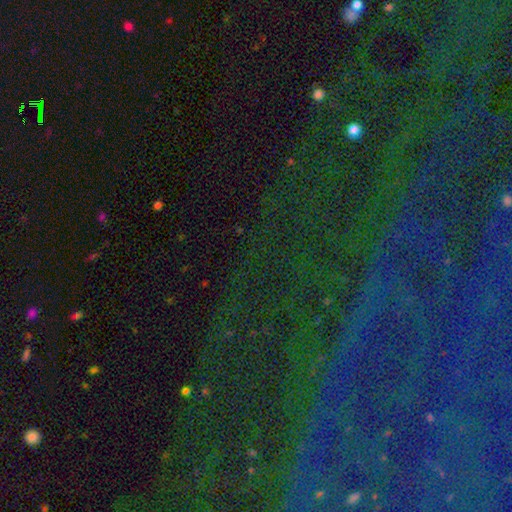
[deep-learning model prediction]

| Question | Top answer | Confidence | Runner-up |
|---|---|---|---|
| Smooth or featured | star or artifact | 76% | featured or disk (13%) |